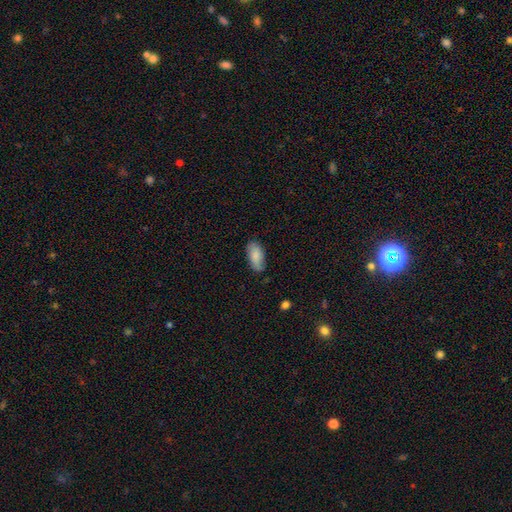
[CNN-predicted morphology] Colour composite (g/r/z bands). It shows a smooth galaxy with no disk features (82%) that is in between round and cigar-shaped (91%). Merging: none (71%).